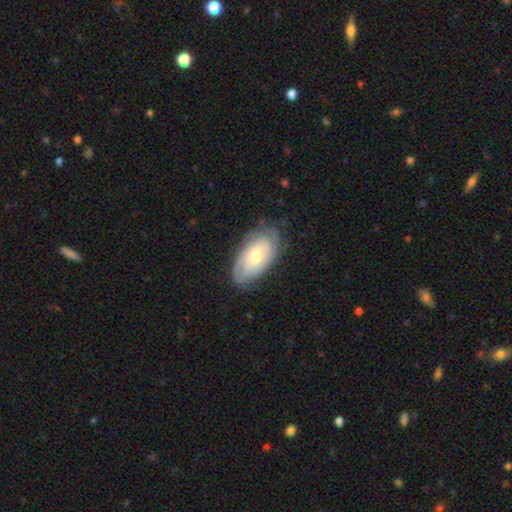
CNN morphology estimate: A featured or disk galaxy (50%). Merging: none (73%).